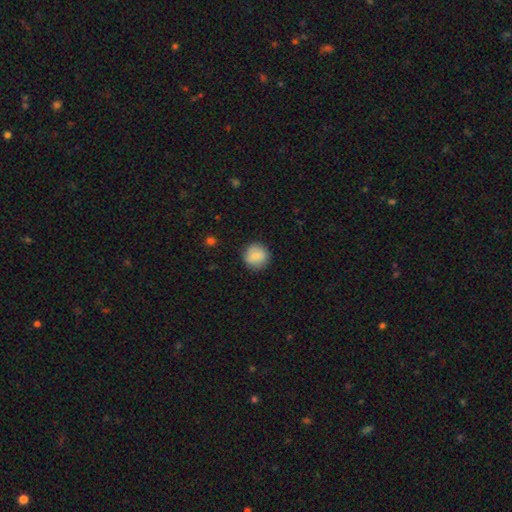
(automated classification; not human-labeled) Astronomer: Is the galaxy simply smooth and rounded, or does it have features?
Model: smooth — 83%.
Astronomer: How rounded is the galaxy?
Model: round — 93%.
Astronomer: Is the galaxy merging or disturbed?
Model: none — 87%.